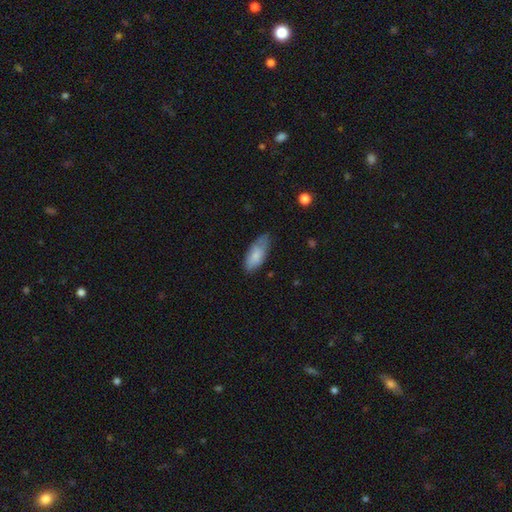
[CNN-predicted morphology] A smooth galaxy with no disk features (74%) that is in between round and cigar-shaped (86%).

Vote fractions:
- Smooth or featured? smooth: 74% / featured or disk: 20% / star or artifact: 6%
- How rounded? in between: 86% / cigar-shaped: 12% / round: 2%
- Merging? none: 61% / minor disturbance: 31% / major disturbance: 6% / merger: 2%